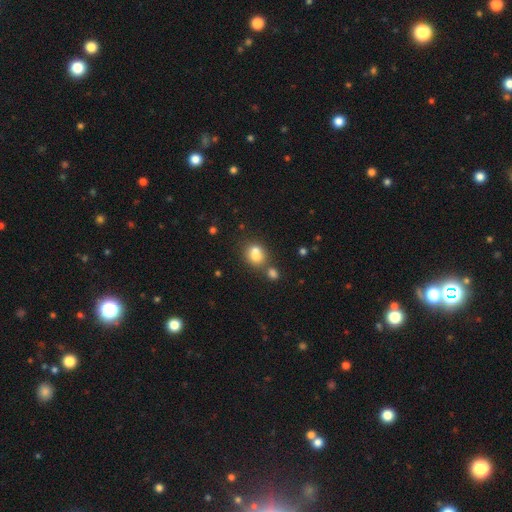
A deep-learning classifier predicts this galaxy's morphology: Smooth or featured?
  - smooth: 76% *
  - featured or disk: 12%
  - star or artifact: 11%
How rounded?
  - round: 52% *
  - in between: 46%
  - cigar-shaped: 1%
Merging?
  - merger: 44% *
  - none: 40%
  - minor disturbance: 12%
  - major disturbance: 5%